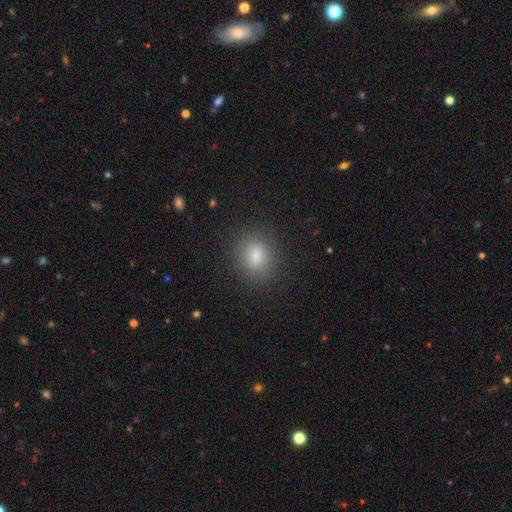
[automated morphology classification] Smooth or featured?
  - smooth: 79% *
  - star or artifact: 13%
  - featured or disk: 8%
How rounded?
  - round: 54% *
  - in between: 44%
  - cigar-shaped: 2%
Merging?
  - none: 88% *
  - minor disturbance: 8%
  - major disturbance: 3%
  - merger: 1%